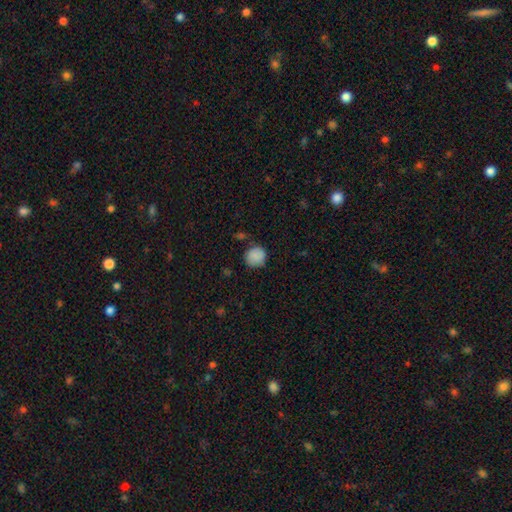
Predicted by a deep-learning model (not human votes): A smooth galaxy with no disk features (86%) that is round (83%).

Vote fractions:
- Smooth or featured? smooth: 86% / star or artifact: 8% / featured or disk: 6%
- How rounded? round: 83% / in between: 16% / cigar-shaped: 1%
- Merging? none: 73% / minor disturbance: 20% / major disturbance: 4% / merger: 3%